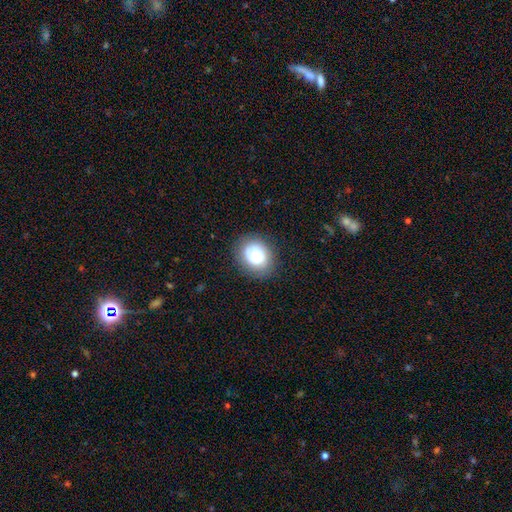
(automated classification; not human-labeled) smooth 78%, featured or disk 13%, star or artifact 9%. Down the decision tree: how rounded — round (61%); merging — none (81%).